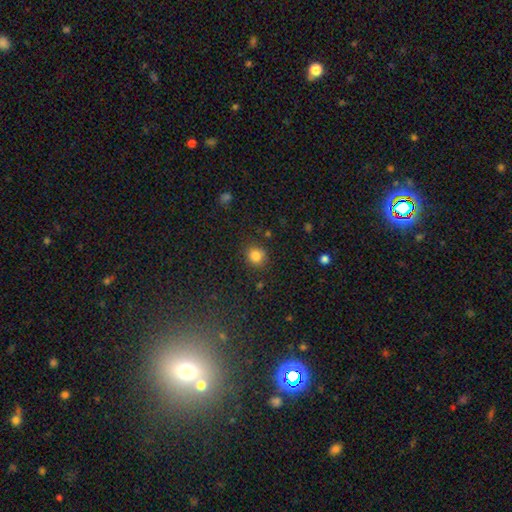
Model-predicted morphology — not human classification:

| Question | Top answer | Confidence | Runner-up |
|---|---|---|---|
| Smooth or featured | smooth | 83% | star or artifact (12%) |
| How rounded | round | 85% | in between (14%) |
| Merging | none | 85% | minor disturbance (9%) |